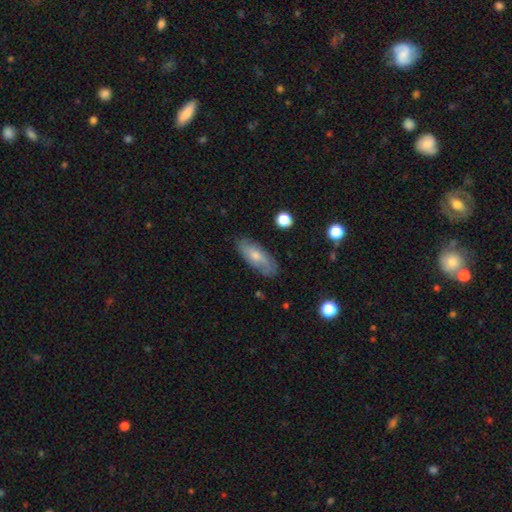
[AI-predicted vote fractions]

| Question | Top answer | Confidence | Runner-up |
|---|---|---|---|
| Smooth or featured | smooth | 58% | featured or disk (36%) |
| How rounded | in between | 75% | cigar-shaped (22%) |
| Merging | none | 77% | minor disturbance (17%) |